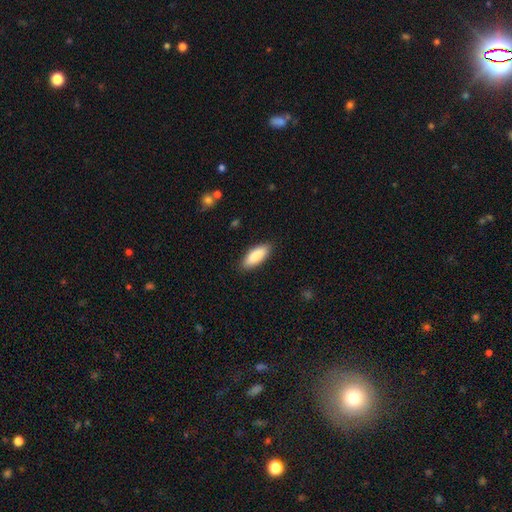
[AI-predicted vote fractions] A smooth galaxy with no disk features (87%) that is in between round and cigar-shaped (73%). Merging: none (88%).